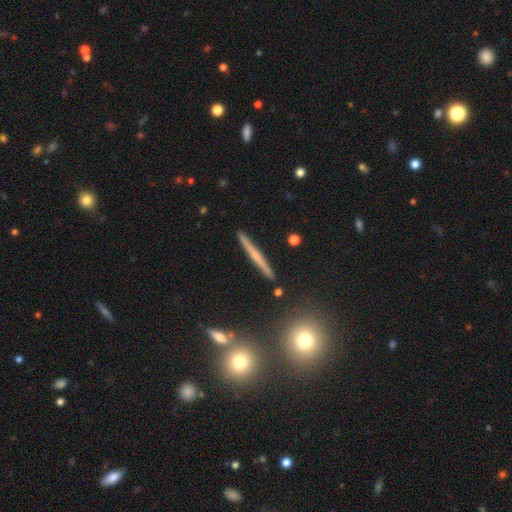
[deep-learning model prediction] Overall: featured or disk (55%; smooth 37%). Edge-on disk: yes (97%). Edge-on bulge: none (64%; rounded 29%). Merging: none (91%).